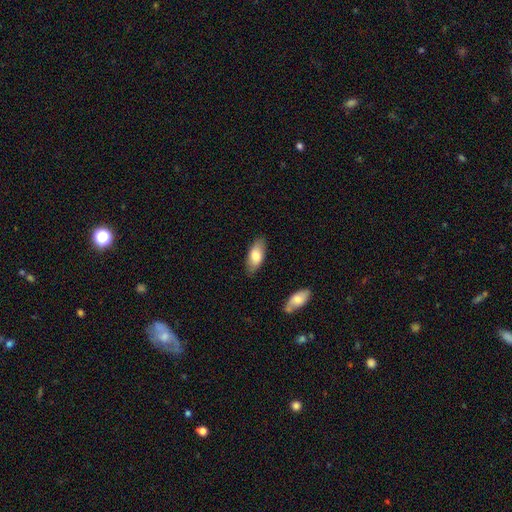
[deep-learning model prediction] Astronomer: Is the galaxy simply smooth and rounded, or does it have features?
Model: smooth — 75%.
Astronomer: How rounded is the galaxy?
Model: in between — 87%.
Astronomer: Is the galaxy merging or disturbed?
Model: none — 85%.